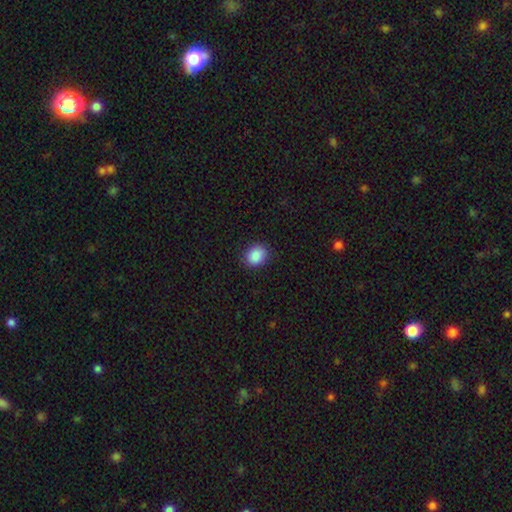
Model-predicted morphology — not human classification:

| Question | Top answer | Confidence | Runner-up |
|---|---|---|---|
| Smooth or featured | smooth | 89% | star or artifact (8%) |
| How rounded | round | 53% | in between (46%) |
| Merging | none | 87% | minor disturbance (10%) |